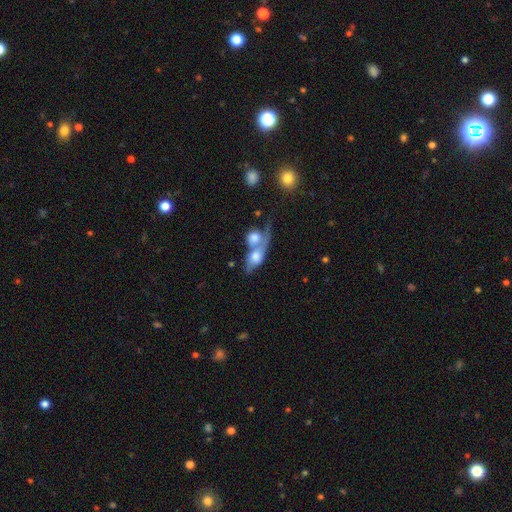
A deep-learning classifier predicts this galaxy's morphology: Smooth or featured? Predicted: smooth (p=0.50). Merging? Predicted: merger (p=0.74).